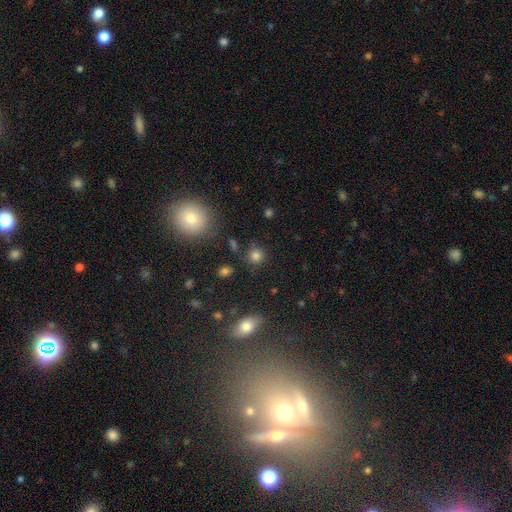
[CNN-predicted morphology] This is likely a smooth galaxy (80%). How rounded: clearly round (89%). Merging: clearly none (83%).